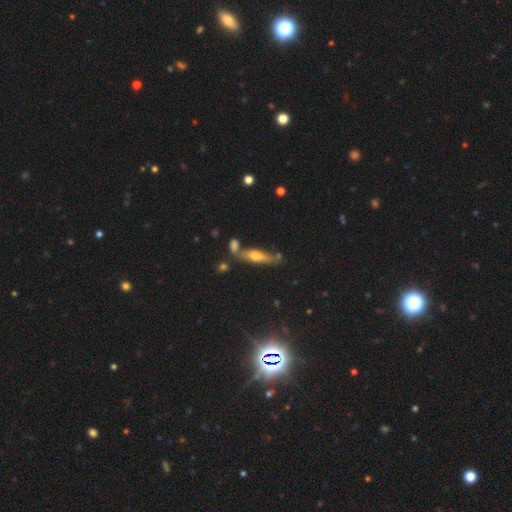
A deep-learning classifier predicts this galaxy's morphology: Smooth or featured: smooth — 45% (tied with featured or disk — 45%)
Merging: none — 66% (minor disturbance — 15%)